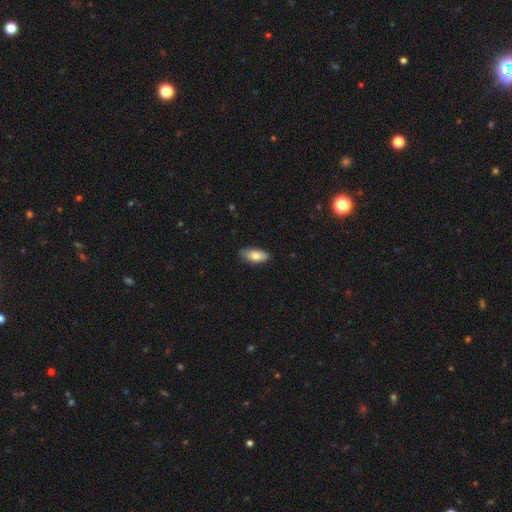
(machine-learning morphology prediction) This is likely a smooth galaxy (80%). How rounded: clearly in between (85%). Merging: clearly none (80%).